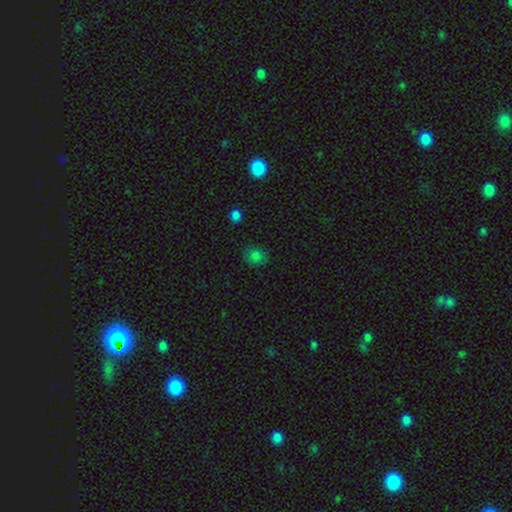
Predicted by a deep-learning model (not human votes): Q: Smooth or featured?
A: smooth (80%); runner-up: star or artifact (15%)
Q: How rounded?
A: round (76%); runner-up: in between (23%)
Q: Merging?
A: none (84%); runner-up: minor disturbance (12%)